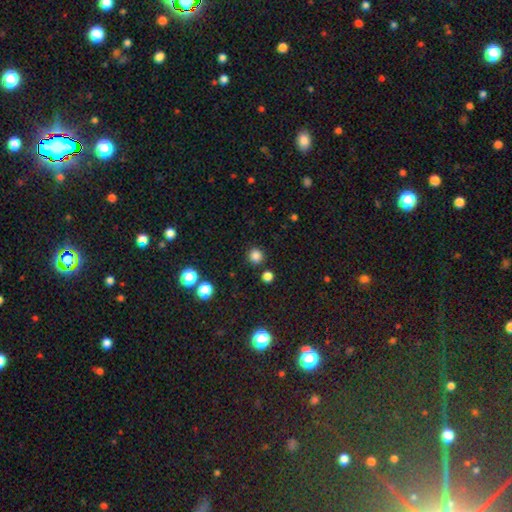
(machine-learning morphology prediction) smooth 82%, star or artifact 14%, featured or disk 4%. Down the decision tree: how rounded — round (92%); merging — none (88%).